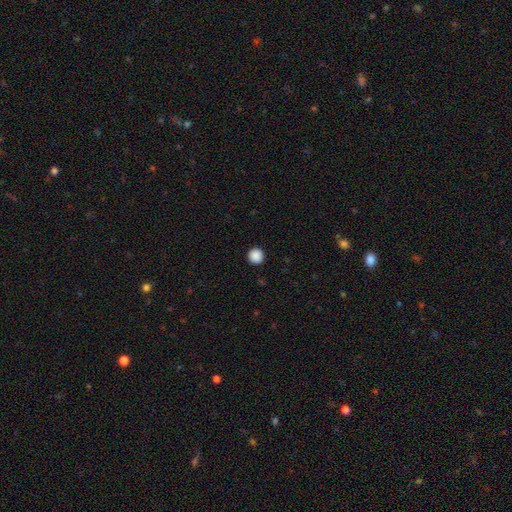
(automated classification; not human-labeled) Smooth or featured? Predicted: smooth (p=0.89). How rounded? Predicted: round (p=0.95). Merging? Predicted: none (p=0.93).